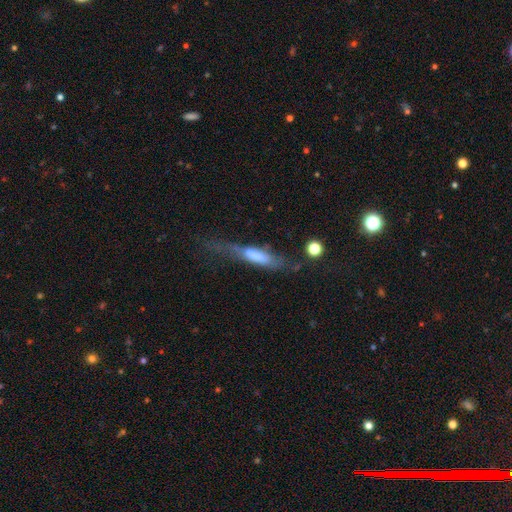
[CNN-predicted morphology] The model was most divided on "merging": none: 35%, major disturbance: 33%, minor disturbance: 27%, merger: 6%. More confident: how rounded — cigar-shaped (70%); smooth or featured — smooth (56%).